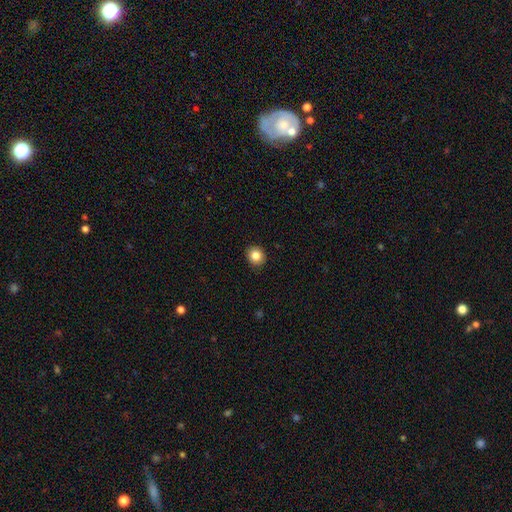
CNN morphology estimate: smooth_or_featured: smooth (p=0.84) [alt: star or artifact p=0.10]
how_rounded: round (p=0.81) [alt: in between p=0.18]
merging: none (p=0.91) [alt: minor disturbance p=0.06]